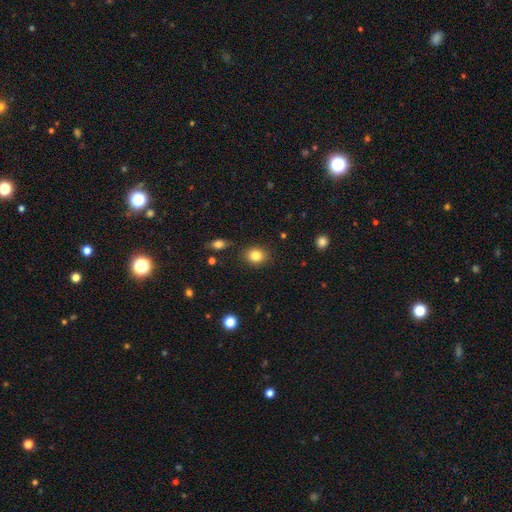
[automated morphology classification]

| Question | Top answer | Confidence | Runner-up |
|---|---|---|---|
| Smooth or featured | smooth | 83% | star or artifact (10%) |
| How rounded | round | 59% | in between (40%) |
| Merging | none | 86% | minor disturbance (10%) |